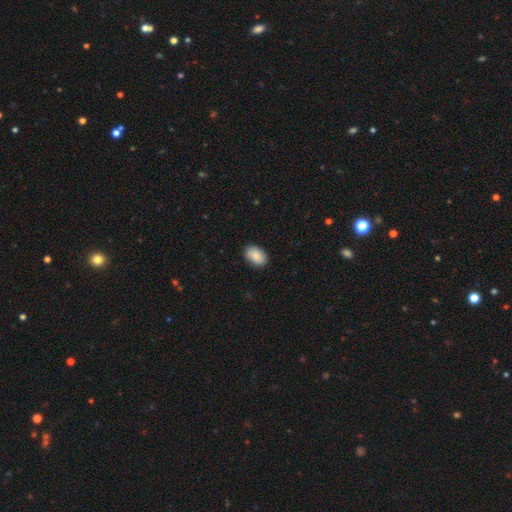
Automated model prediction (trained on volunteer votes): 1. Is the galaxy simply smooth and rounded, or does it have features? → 87% smooth, 7% star or artifact, 6% featured or disk.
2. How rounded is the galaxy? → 90% in between, 9% round, 1% cigar-shaped.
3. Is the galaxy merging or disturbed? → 88% none, 9% minor disturbance, 2% major disturbance, 1% merger.